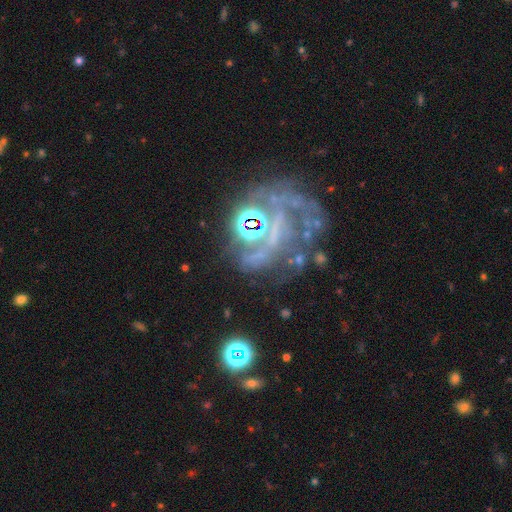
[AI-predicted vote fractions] Overall: star or artifact (43%; featured or disk 41%).